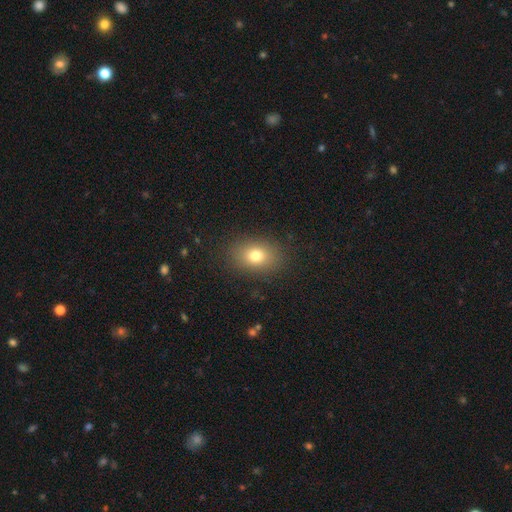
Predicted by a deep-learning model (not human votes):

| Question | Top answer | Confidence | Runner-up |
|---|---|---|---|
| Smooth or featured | smooth | 76% | star or artifact (13%) |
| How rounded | in between | 66% | round (33%) |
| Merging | none | 87% | minor disturbance (9%) |